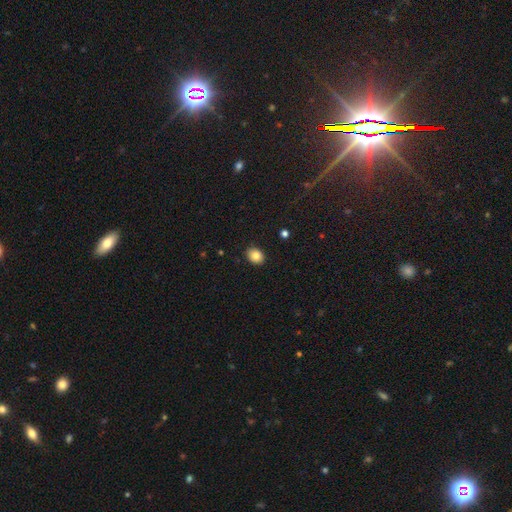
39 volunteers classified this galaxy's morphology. type=smooth (82%); roundness=in between (56%); merging=none (86%).